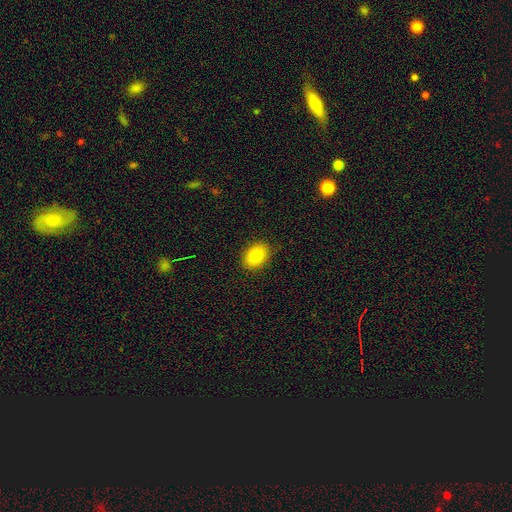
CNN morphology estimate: This is clearly a smooth galaxy (82%). How rounded: likely in between (69%). Merging: clearly none (87%).